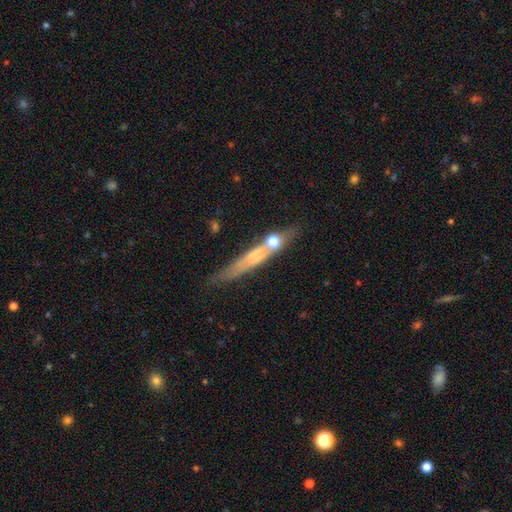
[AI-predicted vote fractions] Smooth or featured? featured or disk (48%)
Merging? none (67%)